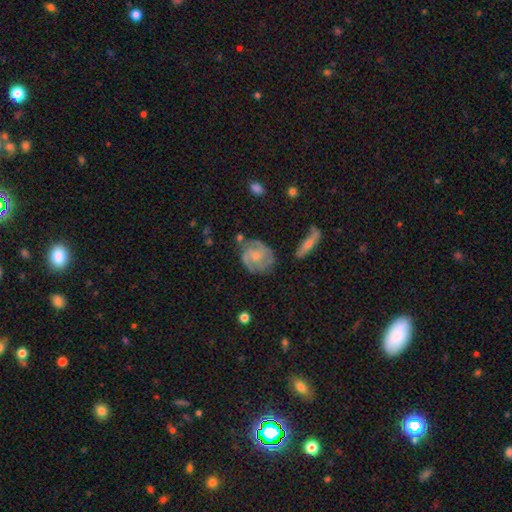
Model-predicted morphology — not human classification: Smooth or featured: featured or disk — 78% (smooth — 17%)
Edge-on disk: no — 97% (yes — 3%)
Bar: no — 63% (weak — 32%)
Spiral arms: yes — 93% (no — 7%)
Spiral winding: tight — 46% (medium — 43%)
Spiral arm count: 2 — 50% (3 — 24%)
Bulge size: small — 51% (moderate — 36%)
Merging: none — 66% (minor disturbance — 21%)